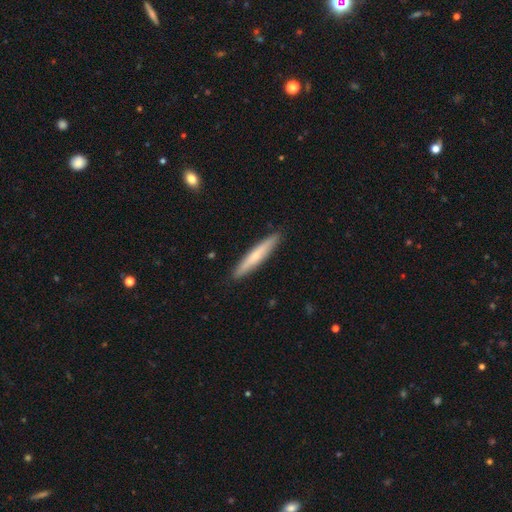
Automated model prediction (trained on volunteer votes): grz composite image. It shows a smooth galaxy with no disk features (57%) that is cigar-shaped (93%). Merging: none (91%).